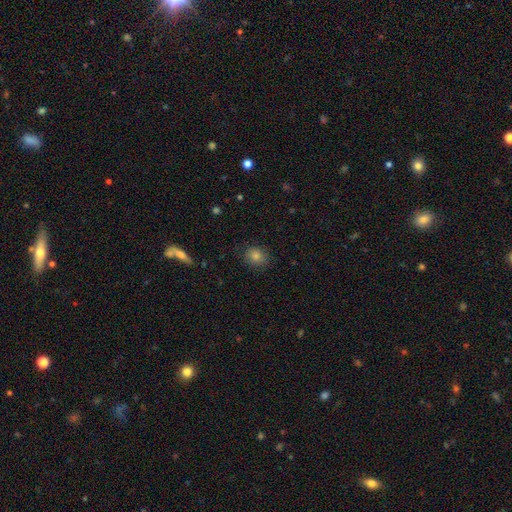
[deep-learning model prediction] A smooth galaxy with no disk features (77%) that is round (72%). Merging: none (86%).